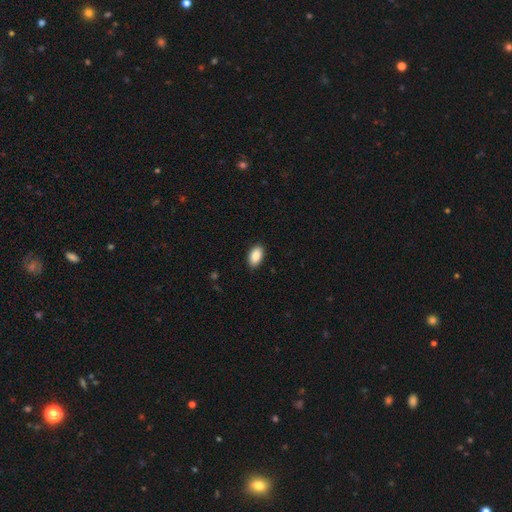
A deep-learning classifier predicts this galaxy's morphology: smooth-or-featured: smooth: 89% | star or artifact: 7% | featured or disk: 4%
  how-rounded: in between: 94% | round: 4% | cigar-shaped: 2%
  merging: none: 88% | minor disturbance: 9% | major disturbance: 2% | merger: 1%